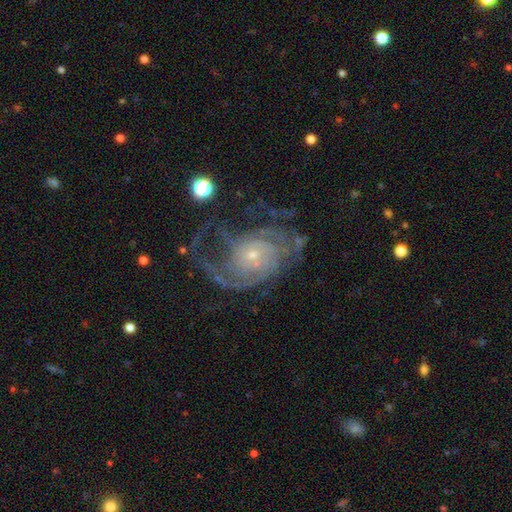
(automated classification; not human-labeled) Morphology: type=featured or disk (83%); edge-on=no (97%); bar=no (75%); spiral arms=yes (92%); winding=tight (49%); arm count=can't tell (35%); bulge=small (76%); merging=none (54%).